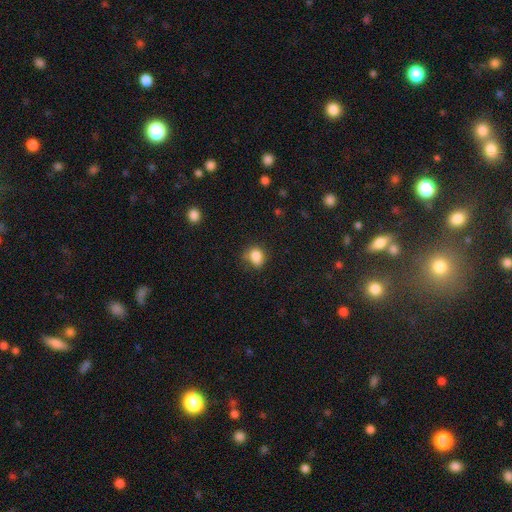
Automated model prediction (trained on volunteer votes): smooth_or_featured: smooth (p=0.84) [alt: star or artifact p=0.10]
how_rounded: in between (p=0.51) [alt: round p=0.48]
merging: none (p=0.63) [alt: minor disturbance p=0.27]